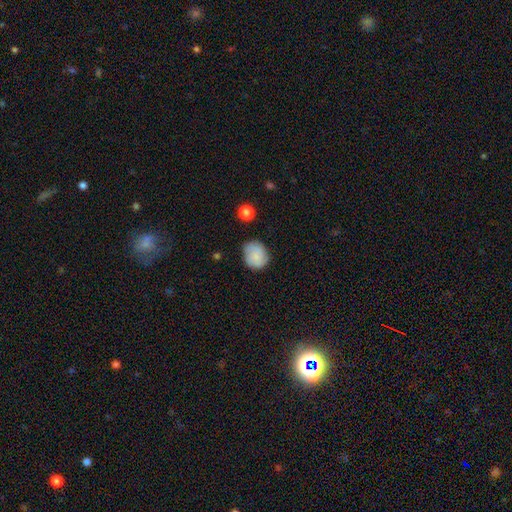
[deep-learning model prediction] smooth 78%, featured or disk 14%, star or artifact 8%. Down the decision tree: how rounded — round (72%); merging — none (73%).